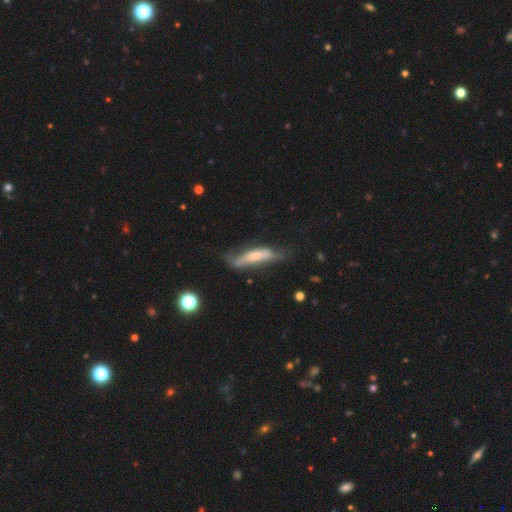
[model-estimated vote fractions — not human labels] featured or disk 53%, smooth 39%, star or artifact 8%. Down the decision tree: edge-on disk — yes (64%); merging — none (45%).